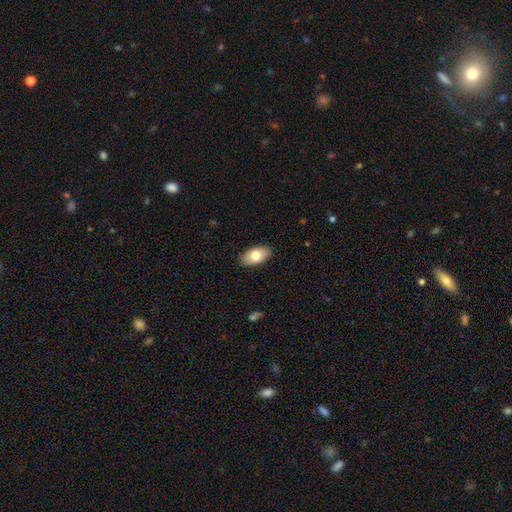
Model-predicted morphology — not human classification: A smooth galaxy with no disk features (77%) that is in between round and cigar-shaped (94%).

Vote fractions:
- Smooth or featured? smooth: 77% / featured or disk: 17% / star or artifact: 6%
- How rounded? in between: 94% / round: 4% / cigar-shaped: 2%
- Merging? none: 88% / minor disturbance: 9% / major disturbance: 2% / merger: 1%